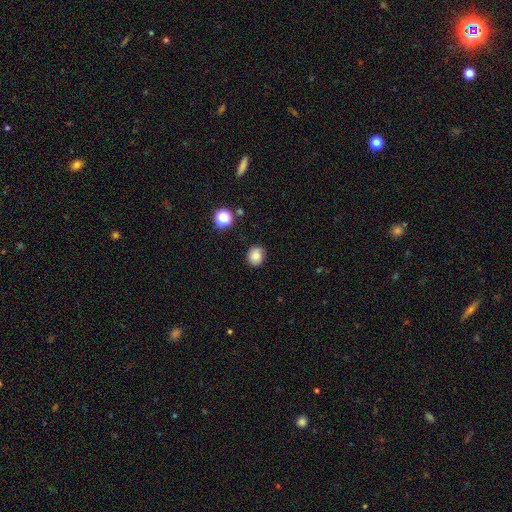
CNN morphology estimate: Smooth or featured?
  - smooth: 80% *
  - star or artifact: 12%
  - featured or disk: 8%
How rounded?
  - round: 74% *
  - in between: 25%
  - cigar-shaped: 1%
Merging?
  - none: 83% *
  - minor disturbance: 13%
  - major disturbance: 3%
  - merger: 1%